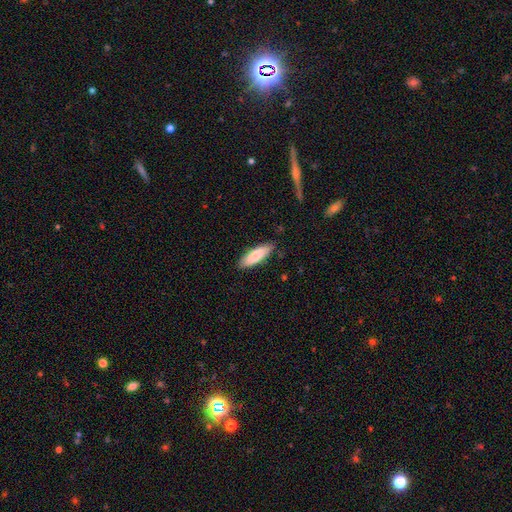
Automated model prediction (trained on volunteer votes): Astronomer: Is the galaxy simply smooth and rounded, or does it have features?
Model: smooth — 82%.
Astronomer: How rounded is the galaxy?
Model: in between — 56% (runner-up: cigar-shaped, 43%).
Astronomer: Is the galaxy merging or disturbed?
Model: none — 84%.